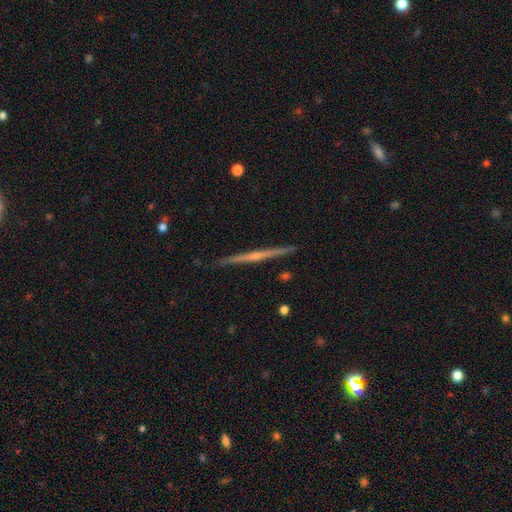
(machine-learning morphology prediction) Overall: featured or disk (76%). Edge-on disk: yes (98%). Edge-on bulge: rounded (60%; none 33%). Merging: none (91%).